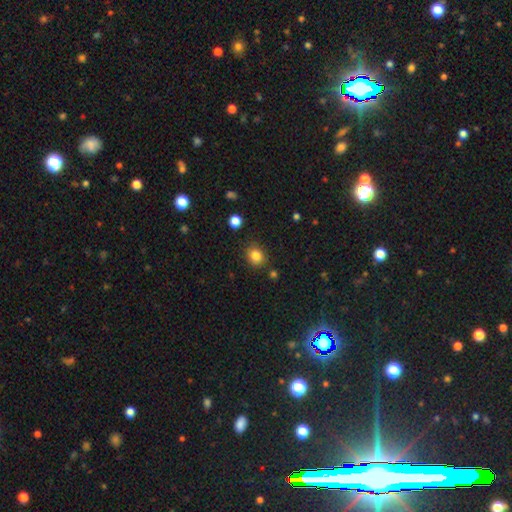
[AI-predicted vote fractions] Morphology: type=smooth (83%); roundness=round (70%); merging=none (84%).